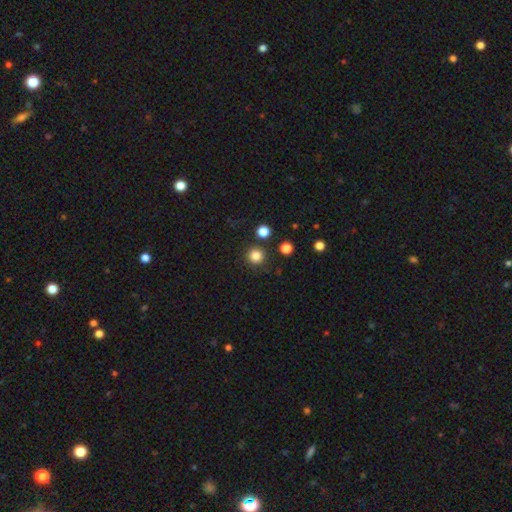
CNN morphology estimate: Smooth or featured?
  - smooth: 83% *
  - star or artifact: 13%
  - featured or disk: 4%
How rounded?
  - round: 95% *
  - in between: 4%
  - cigar-shaped: 1%
Merging?
  - none: 88% *
  - minor disturbance: 6%
  - merger: 4%
  - major disturbance: 2%